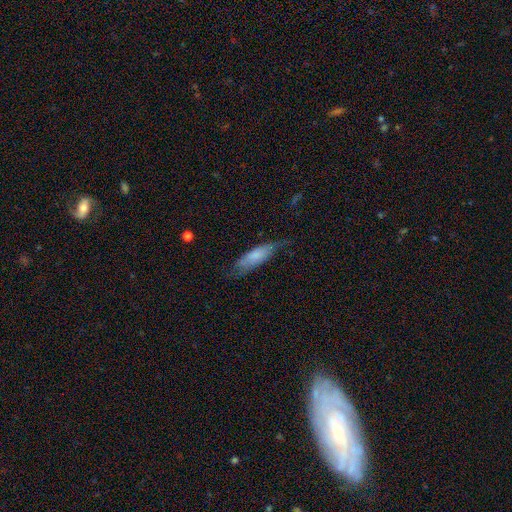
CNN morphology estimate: This is likely a smooth galaxy (65%). How rounded: possibly cigar-shaped (51%). Merging: possibly none (60%).